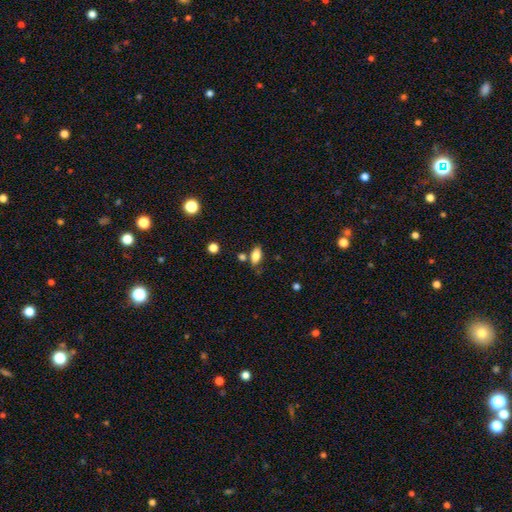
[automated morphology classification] A smooth galaxy with no disk features (81%) that is in between round and cigar-shaped (88%). Merging: none (67%).